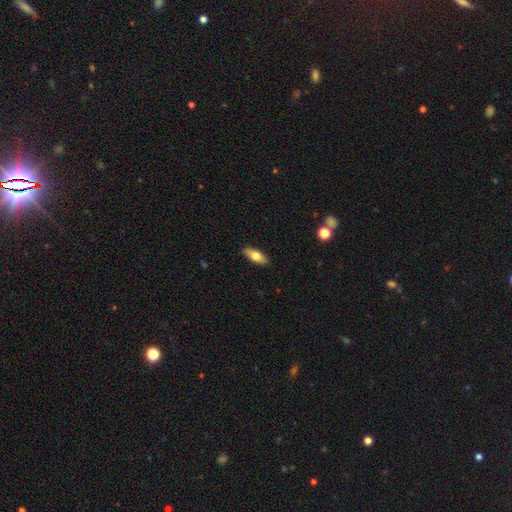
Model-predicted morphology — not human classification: Smooth or featured?
  - smooth: 67% *
  - featured or disk: 27%
  - star or artifact: 6%
How rounded?
  - in between: 74% *
  - cigar-shaped: 23%
  - round: 3%
Merging?
  - none: 90% *
  - minor disturbance: 8%
  - major disturbance: 2%
  - merger: 1%